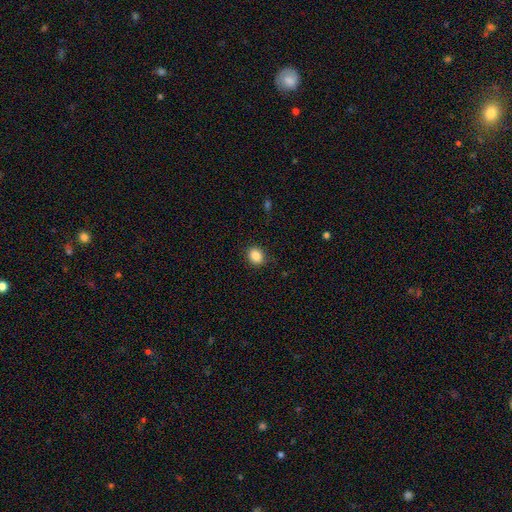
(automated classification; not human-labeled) Morphology: type=smooth (86%); roundness=round (59%); merging=none (88%).